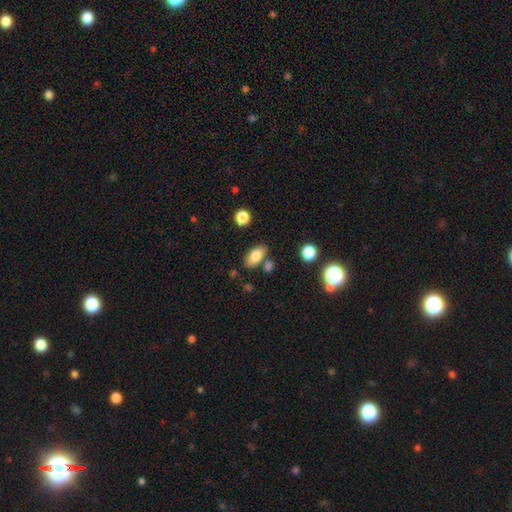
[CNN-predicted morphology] A smooth galaxy with no disk features (80%) that is in between round and cigar-shaped (90%).

Vote fractions:
- Smooth or featured? smooth: 80% / featured or disk: 11% / star or artifact: 9%
- How rounded? in between: 90% / round: 6% / cigar-shaped: 4%
- Merging? none: 76% / minor disturbance: 12% / merger: 8% / major disturbance: 3%